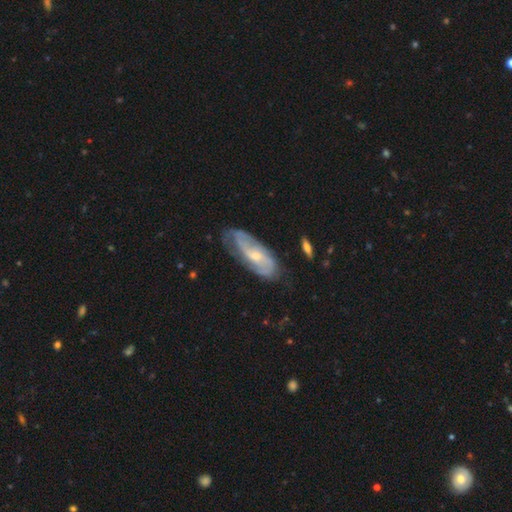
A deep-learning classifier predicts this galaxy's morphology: smooth-or-featured: featured or disk: 75% | smooth: 19% | star or artifact: 6%
  disk-edge-on: no: 89% | yes: 11%
    bar: no: 49% | weak: 40% | strong: 11%
    has-spiral-arms: yes: 90% | no: 10%
      spiral-winding: medium: 41% | tight: 30% | loose: 29%
      spiral-arm-count: 2: 61% | can't tell: 24% | 3: 6% | 1: 4% | 4: 2% | more than 4: 2%
    bulge-size: small: 55% | moderate: 41% | none: 2% | large: 2% | dominant: 1%
  merging: none: 63% | minor disturbance: 26% | major disturbance: 9% | merger: 2%